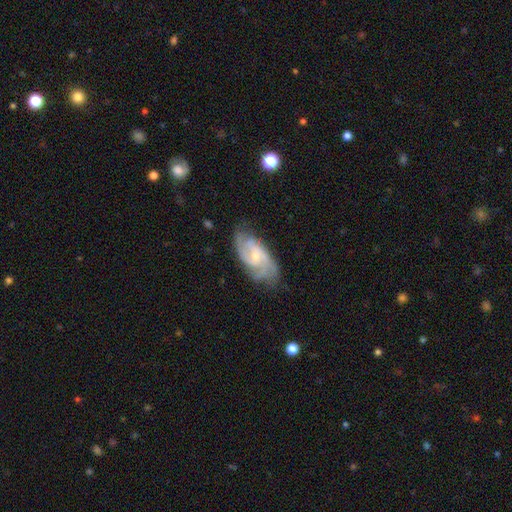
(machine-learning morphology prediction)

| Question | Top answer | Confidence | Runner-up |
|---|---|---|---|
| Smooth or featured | featured or disk | 84% | smooth (11%) |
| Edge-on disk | no | 96% | yes (4%) |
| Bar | weak | 45% | tied: no (45%) |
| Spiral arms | yes | 96% | no (4%) |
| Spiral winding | medium | 46% | tight (41%) |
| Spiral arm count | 2 | 47% | 3 (24%) |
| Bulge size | small | 64% | moderate (32%) |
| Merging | none | 70% | minor disturbance (22%) |